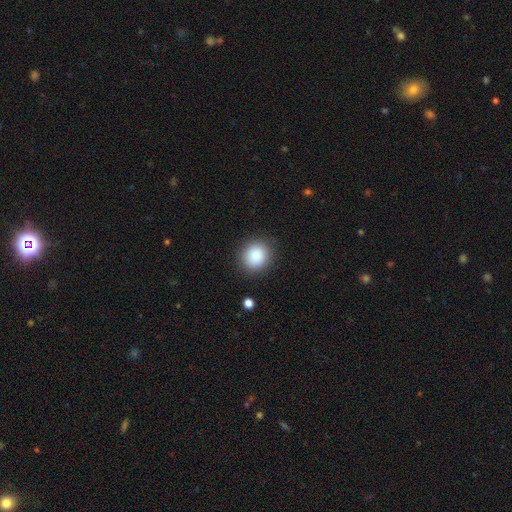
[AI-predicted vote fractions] smooth 88%, star or artifact 9%, featured or disk 4%. Down the decision tree: how rounded — round (80%); merging — none (88%).